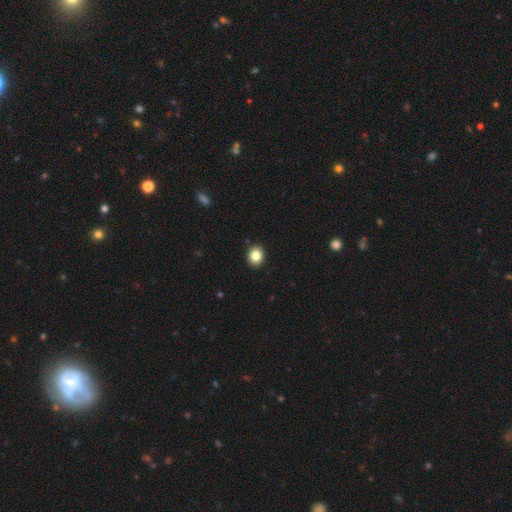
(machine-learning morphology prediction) Smooth or featured? Predicted: smooth (p=0.85). How rounded? Predicted: round (p=0.61). Merging? Predicted: none (p=0.91).